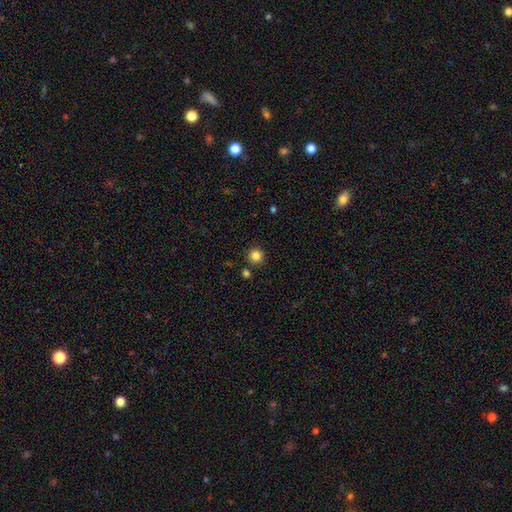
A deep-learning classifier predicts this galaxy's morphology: The model was most divided on "smooth or featured": smooth: 84%, star or artifact: 12%, featured or disk: 4%. More confident: how rounded — round (94%); merging — none (87%).